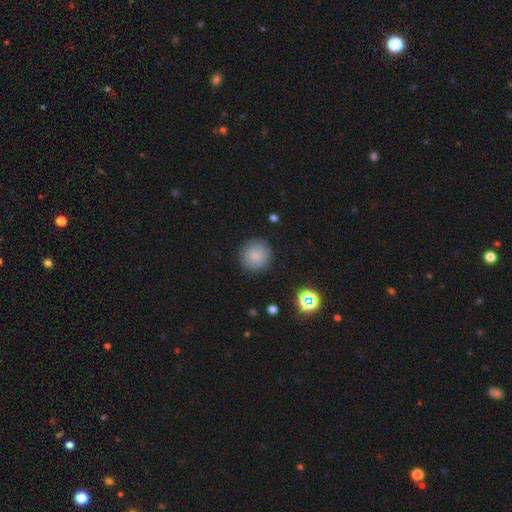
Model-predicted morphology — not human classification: Smooth or featured? smooth (84%)
How rounded? round (94%)
Merging? none (87%)